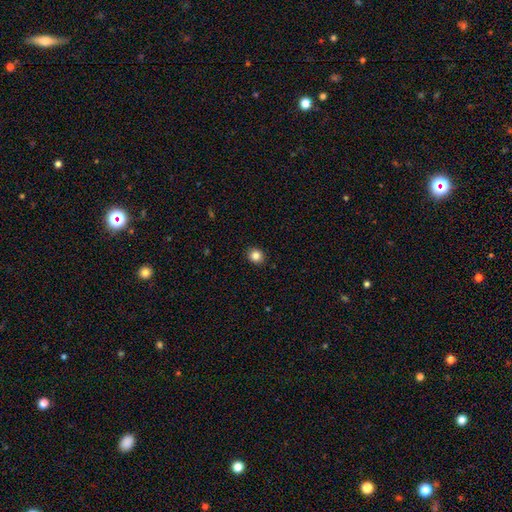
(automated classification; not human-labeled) A smooth galaxy with no disk features (85%) that is round (79%). Merging: none (91%).